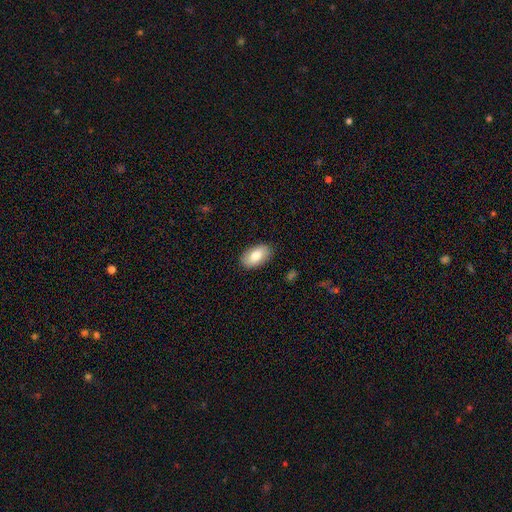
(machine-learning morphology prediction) A smooth galaxy with no disk features (81%) that is in between round and cigar-shaped (94%). Merging: none (87%).